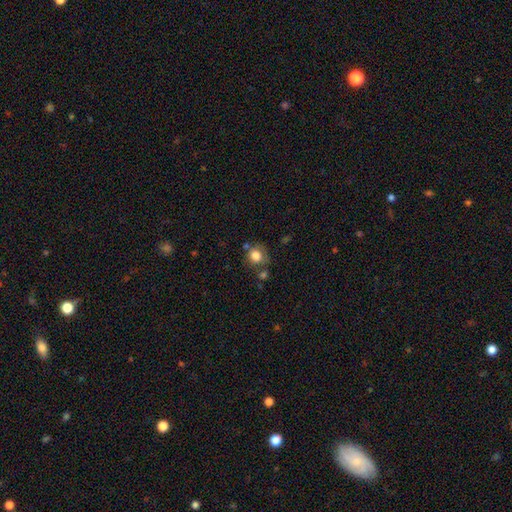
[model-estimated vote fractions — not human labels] The model was most divided on "merging": none: 64%, minor disturbance: 18%, merger: 12%, major disturbance: 6%. More confident: smooth or featured — smooth (81%); how rounded — round (79%).